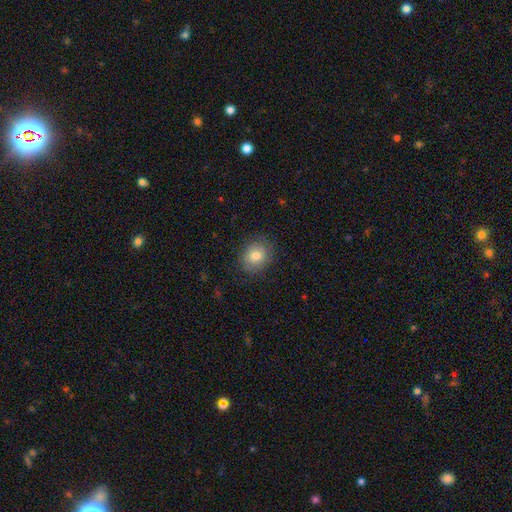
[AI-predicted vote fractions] Smooth or featured?
  - smooth: 78% *
  - featured or disk: 12%
  - star or artifact: 9%
How rounded?
  - round: 65% *
  - in between: 34%
  - cigar-shaped: 1%
Merging?
  - none: 83% *
  - minor disturbance: 12%
  - major disturbance: 3%
  - merger: 1%